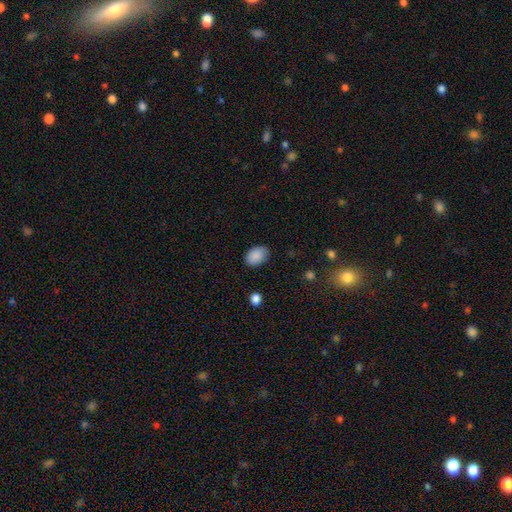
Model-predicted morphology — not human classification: Q: Smooth or featured?
A: smooth (89%); runner-up: star or artifact (7%)
Q: How rounded?
A: in between (86%); runner-up: round (13%)
Q: Merging?
A: none (84%); runner-up: minor disturbance (13%)